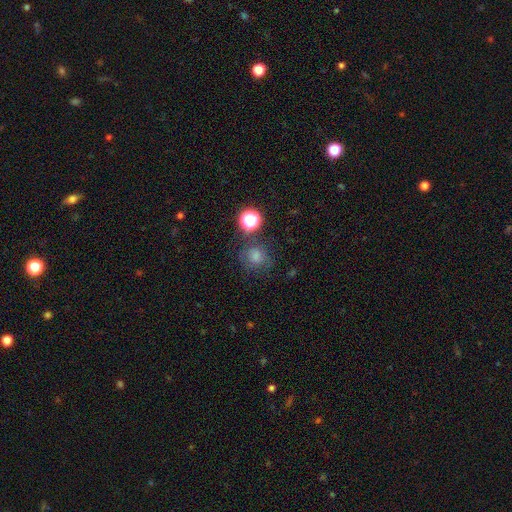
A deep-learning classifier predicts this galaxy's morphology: A smooth galaxy with no disk features (51%) that is round (84%).

Vote fractions:
- Smooth or featured? smooth: 51% / star or artifact: 34% / featured or disk: 15%
- How rounded? round: 84% / in between: 15% / cigar-shaped: 1%
- Merging? none: 73% / minor disturbance: 13% / merger: 8% / major disturbance: 6%